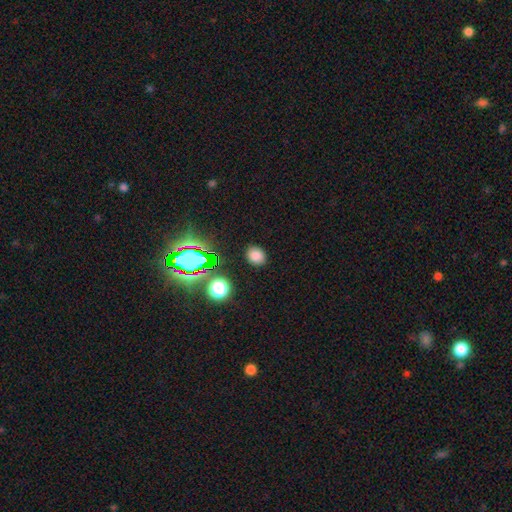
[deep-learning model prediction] smooth 76%, star or artifact 18%, featured or disk 6%. Down the decision tree: how rounded — round (50%); merging — none (87%).